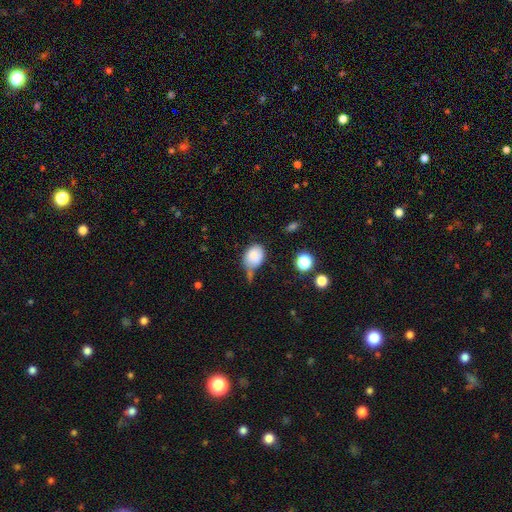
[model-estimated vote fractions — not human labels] This is clearly a smooth galaxy (82%). How rounded: possibly in between (52%). Merging: marginally minor disturbance (36%).